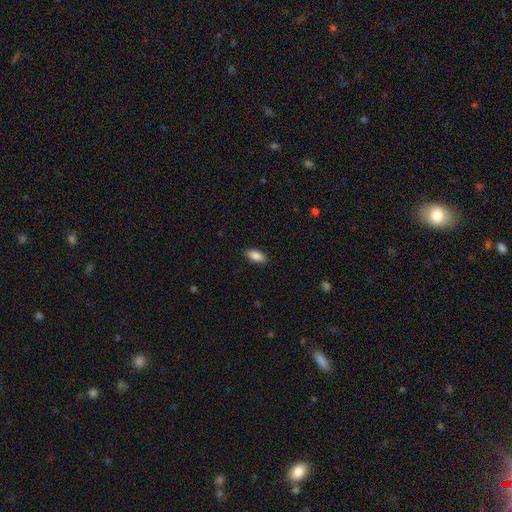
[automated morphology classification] Smooth or featured: smooth — 87% (star or artifact — 7%)
How rounded: in between — 89% (cigar-shaped — 9%)
Merging: none — 88% (minor disturbance — 9%)